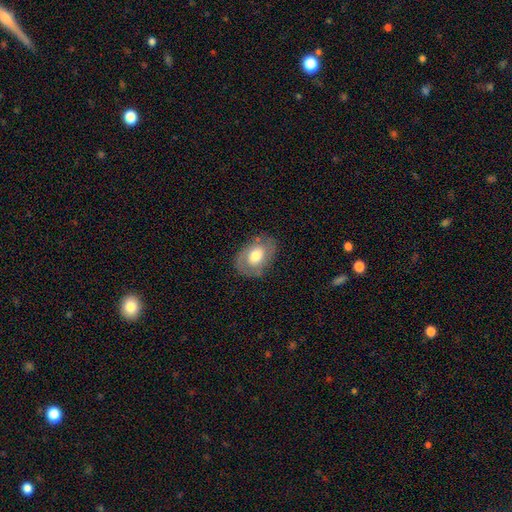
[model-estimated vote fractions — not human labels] A smooth galaxy with no disk features (49%). Merging: none (74%).